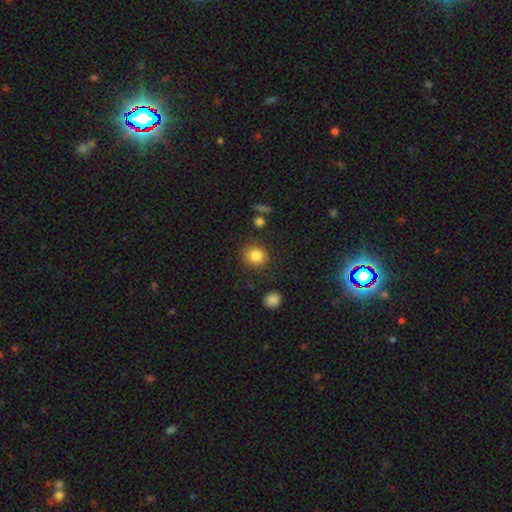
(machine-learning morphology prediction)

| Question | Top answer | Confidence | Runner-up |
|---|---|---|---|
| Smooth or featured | smooth | 85% | star or artifact (10%) |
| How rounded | round | 84% | in between (15%) |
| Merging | none | 85% | minor disturbance (9%) |